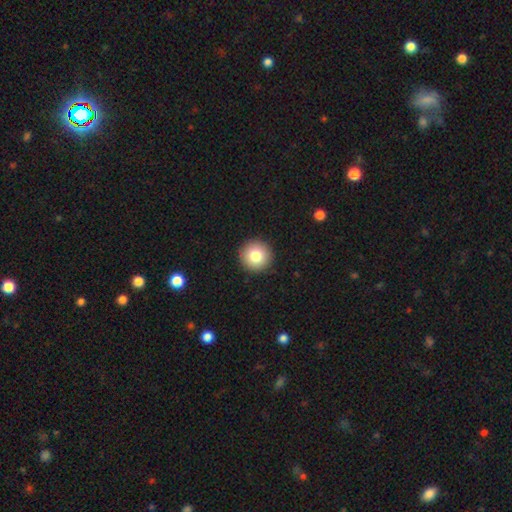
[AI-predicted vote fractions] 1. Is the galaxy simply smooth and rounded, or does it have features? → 80% smooth, 10% featured or disk, 10% star or artifact.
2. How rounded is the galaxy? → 96% round, 3% in between, 1% cigar-shaped.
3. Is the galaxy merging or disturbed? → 93% none, 5% minor disturbance, 2% major disturbance, 1% merger.